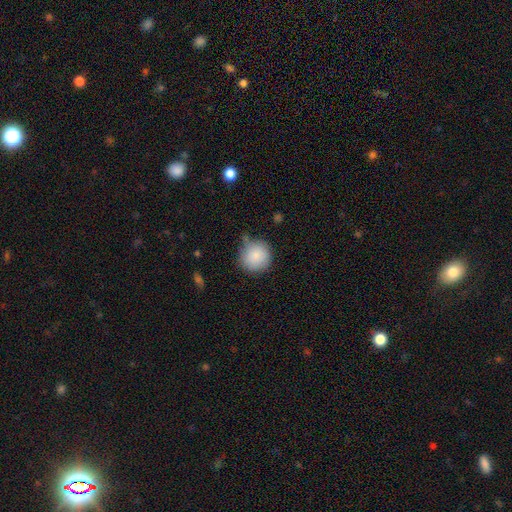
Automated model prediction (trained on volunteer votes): This appears to be a smooth galaxy with no disk features (87%) that is round (92%). Merging: none (68%).